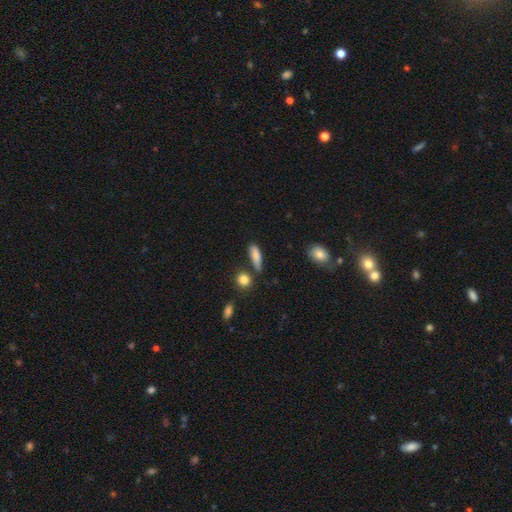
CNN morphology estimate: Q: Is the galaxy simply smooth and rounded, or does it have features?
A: smooth — 81%.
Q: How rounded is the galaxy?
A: in between — 50%.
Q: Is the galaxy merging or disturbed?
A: none — 61%.